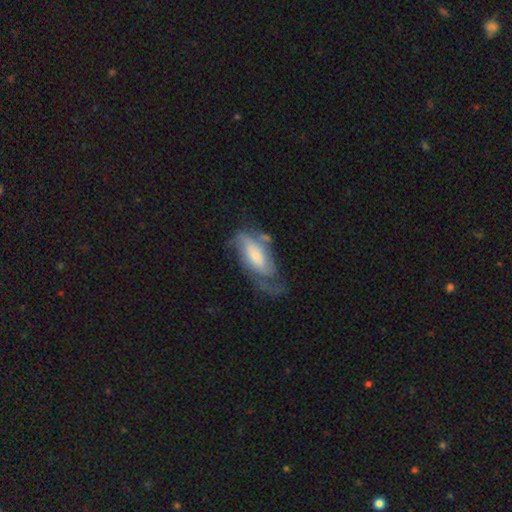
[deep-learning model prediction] smooth-or-featured: featured or disk: 66% | smooth: 28% | star or artifact: 6%
  disk-edge-on: no: 91% | yes: 9%
    bar: no: 60% | weak: 28% | strong: 12%
    has-spiral-arms: yes: 86% | no: 14%
      spiral-winding: medium: 41% | tight: 31% | loose: 28%
      spiral-arm-count: 2: 58% | can't tell: 23% | 1: 9% | 3: 6% | 4: 2% | more than 4: 2%
    bulge-size: small: 46% | moderate: 29% | large: 14% | none: 8% | dominant: 3%
  merging: none: 41% | major disturbance: 29% | minor disturbance: 25% | merger: 5%